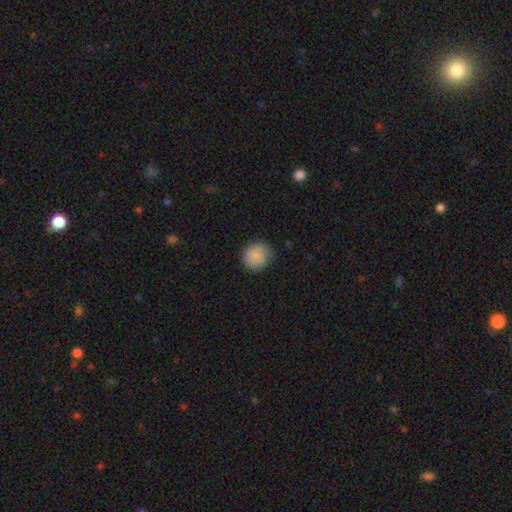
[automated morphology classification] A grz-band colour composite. It shows a smooth galaxy with no disk features (86%) that is round (88%). Merging: none (78%).